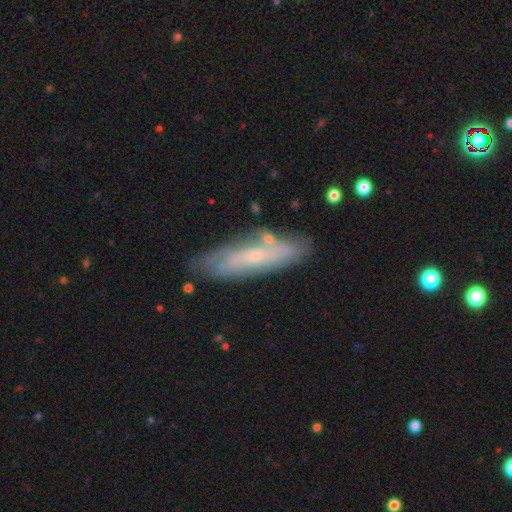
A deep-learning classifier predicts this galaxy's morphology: smooth_or_featured: featured or disk (p=0.61) [alt: smooth p=0.32]
disk_edge_on: no (p=0.66) [alt: yes p=0.34]
merging: none (p=0.74) [alt: minor disturbance p=0.17]